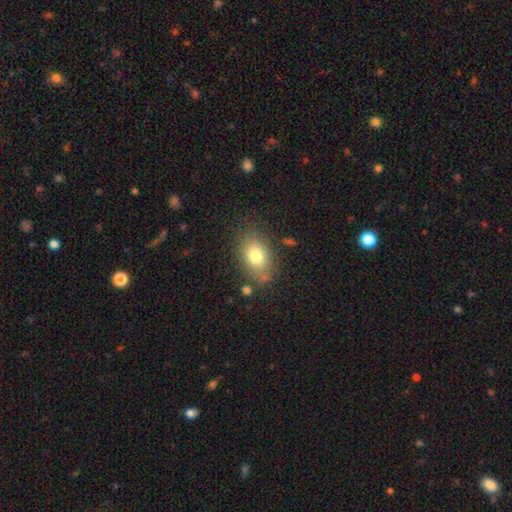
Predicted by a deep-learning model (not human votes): This is likely a smooth galaxy (77%). How rounded: clearly in between (80%). Merging: likely none (75%).